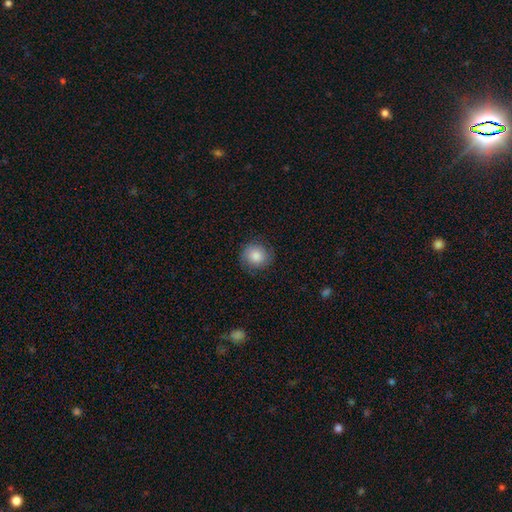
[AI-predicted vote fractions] Smooth or featured: smooth — 84% (featured or disk — 8%)
How rounded: round — 88% (in between — 11%)
Merging: none — 84% (minor disturbance — 12%)